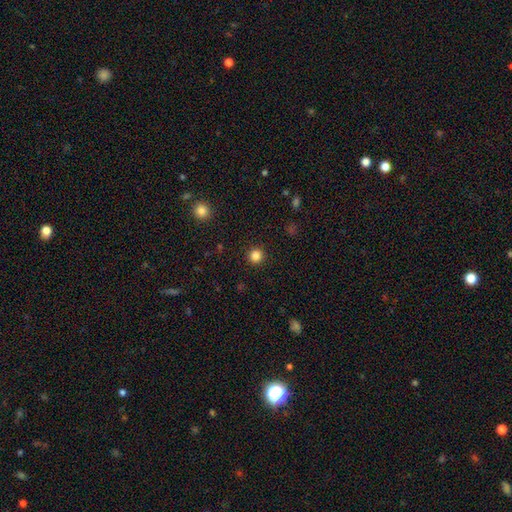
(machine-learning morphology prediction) type=smooth (84%); roundness=round (95%); merging=none (92%).